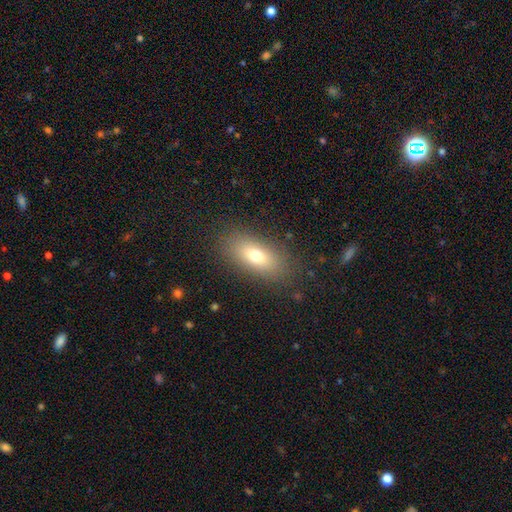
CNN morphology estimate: smooth-or-featured: smooth: 71% | featured or disk: 18% | star or artifact: 11%
  how-rounded: in between: 80% | cigar-shaped: 14% | round: 6%
  merging: none: 85% | minor disturbance: 10% | major disturbance: 4% | merger: 1%